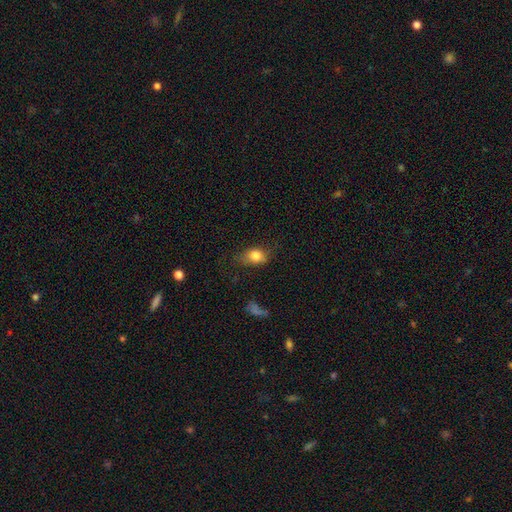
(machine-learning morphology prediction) smooth_or_featured: smooth (p=0.79) [alt: featured or disk p=0.12]
how_rounded: in between (p=0.72) [alt: round p=0.25]
merging: none (p=0.62) [alt: minor disturbance p=0.25]